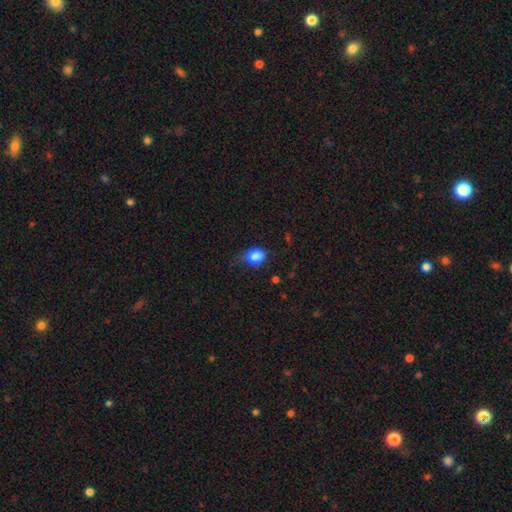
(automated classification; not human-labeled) A smooth galaxy with no disk features (83%) that is in between round and cigar-shaped (56%).

Vote fractions:
- Smooth or featured? smooth: 83% / star or artifact: 10% / featured or disk: 7%
- How rounded? in between: 56% / round: 43% / cigar-shaped: 1%
- Merging? none: 52% / minor disturbance: 34% / major disturbance: 12% / merger: 2%